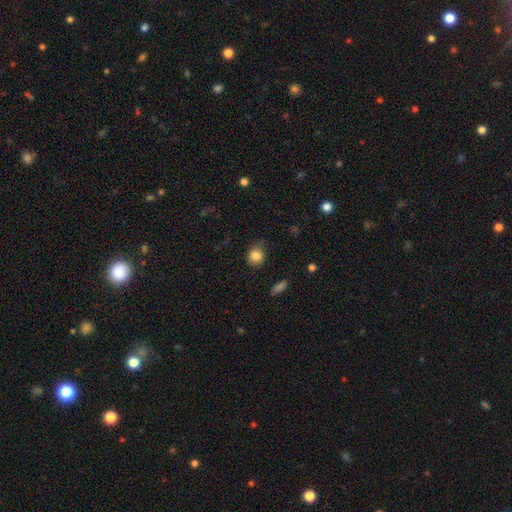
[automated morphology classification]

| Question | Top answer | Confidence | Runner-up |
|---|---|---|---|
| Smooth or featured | smooth | 84% | star or artifact (9%) |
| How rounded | round | 72% | in between (27%) |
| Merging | none | 67% | minor disturbance (25%) |